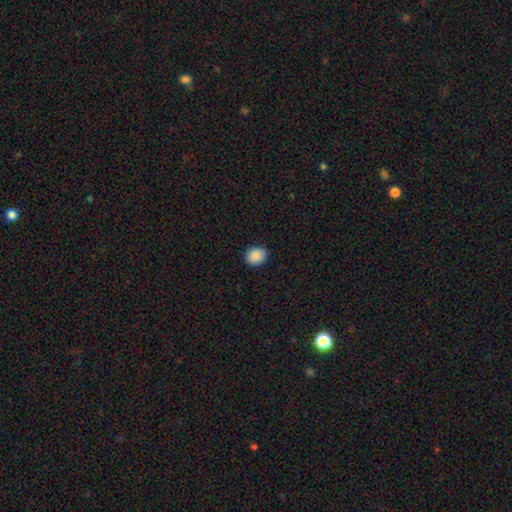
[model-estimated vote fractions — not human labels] smooth_or_featured: smooth (p=0.89) [alt: star or artifact p=0.08]
how_rounded: round (p=0.68) [alt: in between p=0.31]
merging: none (p=0.91) [alt: minor disturbance p=0.06]